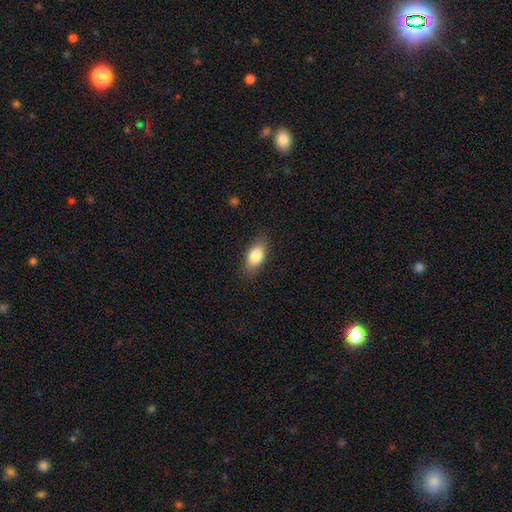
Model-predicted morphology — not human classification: This is clearly a smooth galaxy (83%). How rounded: clearly in between (87%). Merging: clearly none (85%).